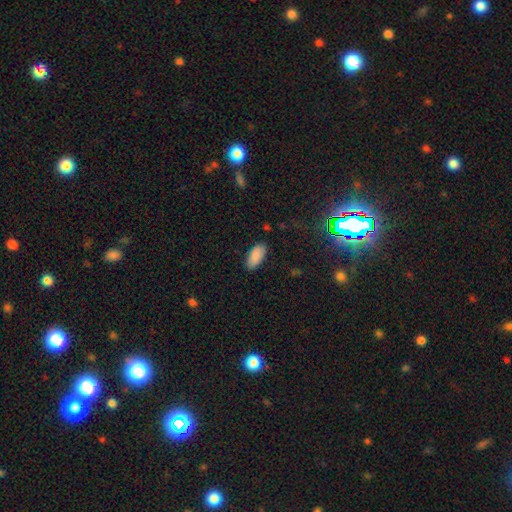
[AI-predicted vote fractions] Morphology: type=smooth (89%); roundness=in between (91%); merging=none (87%).